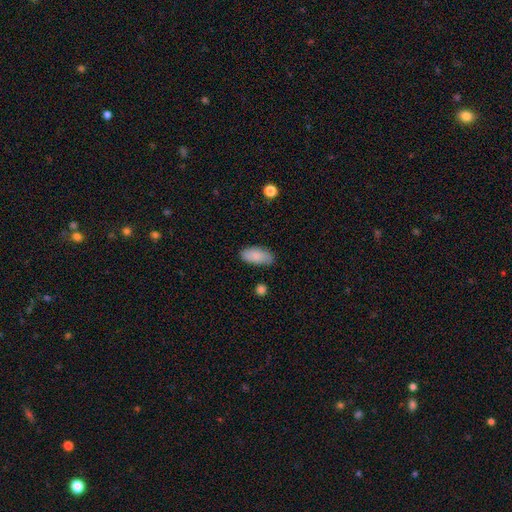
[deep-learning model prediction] The model was most divided on "merging": none: 78%, minor disturbance: 17%, major disturbance: 3%, merger: 2%. More confident: how rounded — in between (91%); smooth or featured — smooth (86%).